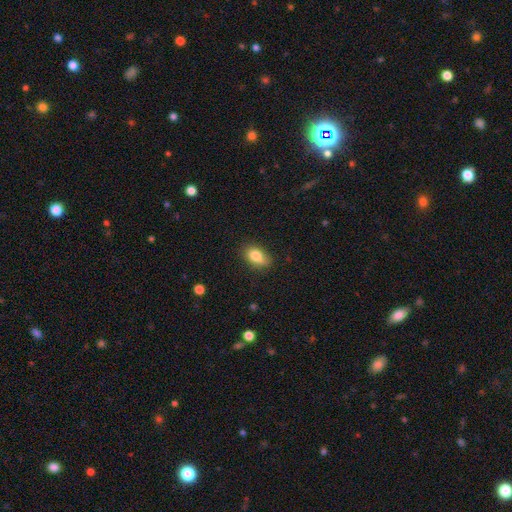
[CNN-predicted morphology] smooth-or-featured: smooth: 80% | featured or disk: 11% | star or artifact: 9%
  how-rounded: in between: 83% | round: 14% | cigar-shaped: 2%
  merging: none: 71% | minor disturbance: 23% | major disturbance: 4% | merger: 2%